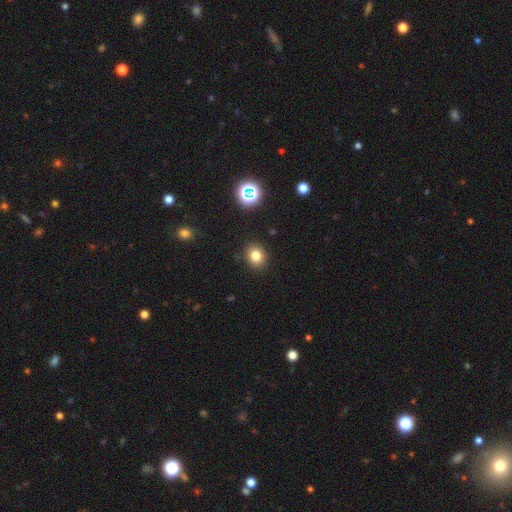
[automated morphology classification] This appears to be a smooth galaxy with no disk features (79%) that is round (65%). Merging: none (89%).